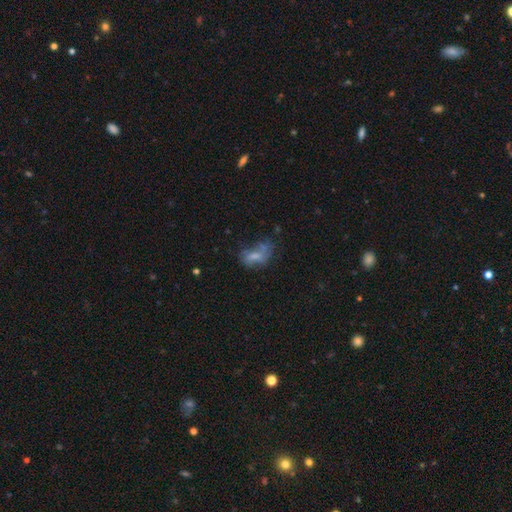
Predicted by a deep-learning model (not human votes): smooth_or_featured: smooth (p=0.51) [alt: featured or disk p=0.37]
how_rounded: in between (p=0.86) [alt: round p=0.09]
merging: none (p=0.33) [alt: major disturbance p=0.32]